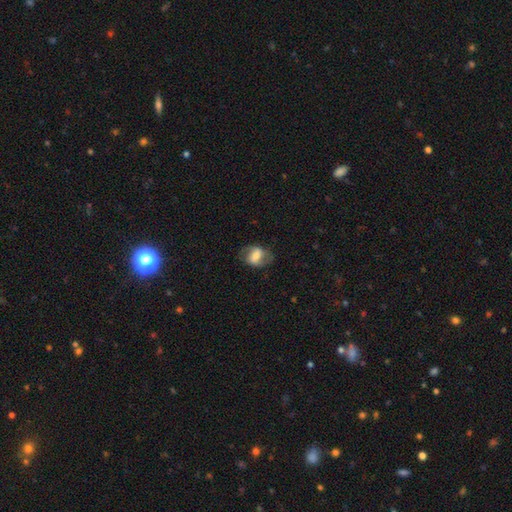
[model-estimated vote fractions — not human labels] smooth_or_featured: featured or disk (p=0.53) [alt: smooth p=0.40]
disk_edge_on: no (p=0.95) [alt: yes p=0.05]
bar: strong (p=0.41) [alt: weak p=0.38]
has_spiral_arms: yes (p=0.75) [alt: no p=0.25]
bulge_size: moderate (p=0.36) [alt: large p=0.25]
merging: none (p=0.72) [alt: minor disturbance p=0.17]